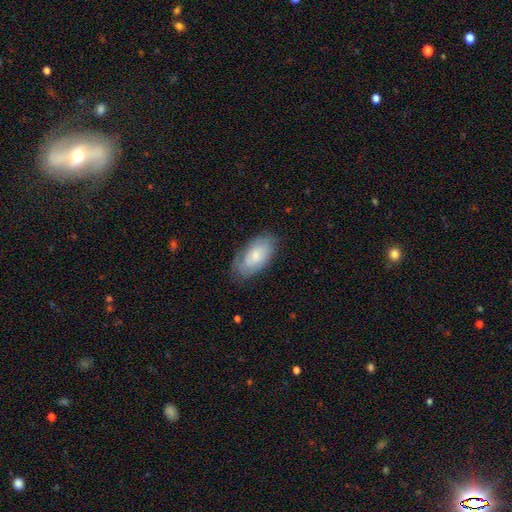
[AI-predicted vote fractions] This is likely a smooth galaxy (68%). How rounded: clearly in between (94%). Merging: likely none (72%).